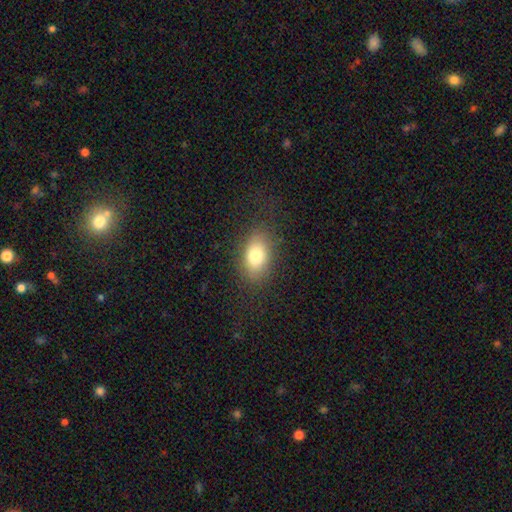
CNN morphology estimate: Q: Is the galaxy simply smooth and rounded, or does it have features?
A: smooth — 78%.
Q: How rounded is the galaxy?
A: in between — 84%.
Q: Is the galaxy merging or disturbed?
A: none — 81%.